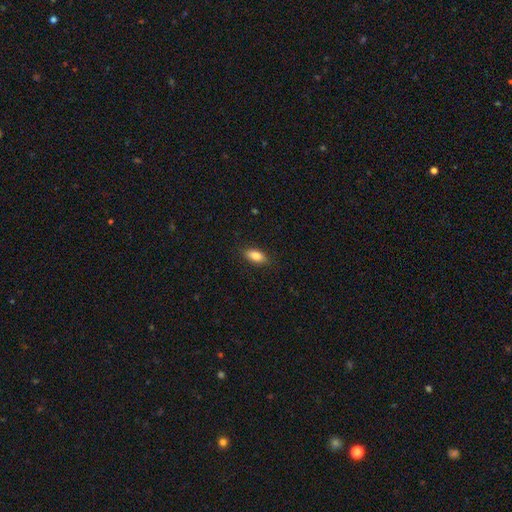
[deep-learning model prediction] smooth_or_featured: smooth (p=0.82) [alt: featured or disk p=0.10]
how_rounded: in between (p=0.85) [alt: cigar-shaped p=0.11]
merging: none (p=0.87) [alt: minor disturbance p=0.10]